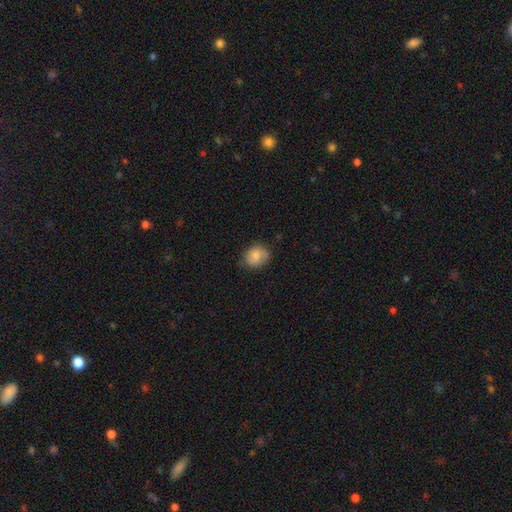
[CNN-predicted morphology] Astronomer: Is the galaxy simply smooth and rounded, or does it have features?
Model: smooth — 79%.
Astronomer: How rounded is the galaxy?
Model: round — 54% (runner-up: in between, 45%).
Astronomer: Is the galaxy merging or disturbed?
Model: none — 70%.